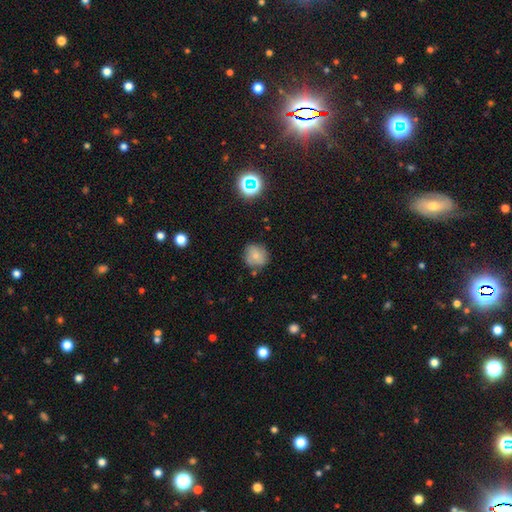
Morphology: type=smooth (70%); roundness=round (86%); merging=none (77%).